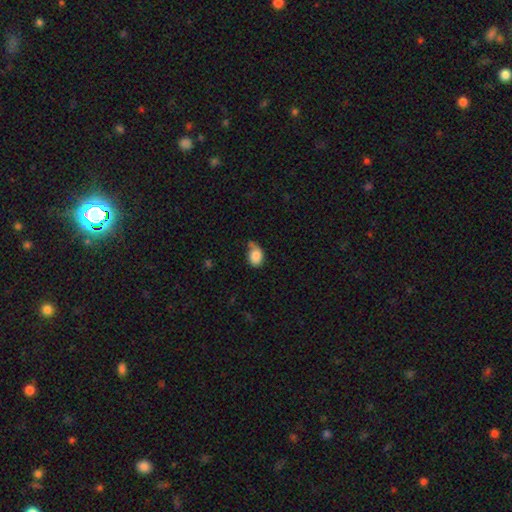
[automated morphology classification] Q: Smooth or featured?
A: smooth (85%); runner-up: star or artifact (8%)
Q: How rounded?
A: in between (73%); runner-up: round (25%)
Q: Merging?
A: none (43%); runner-up: minor disturbance (36%)